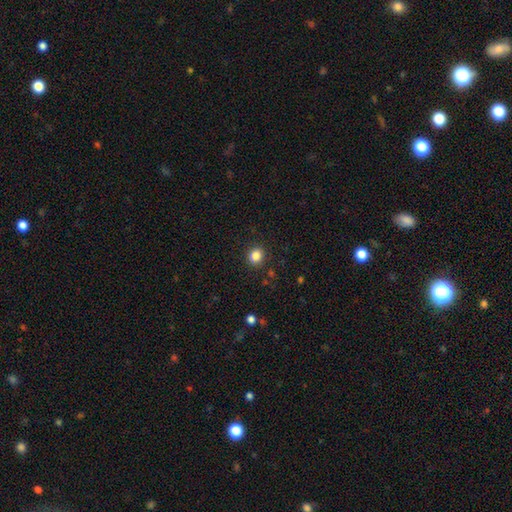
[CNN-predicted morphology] Smooth or featured? smooth (83%)
How rounded? round (86%)
Merging? none (88%)